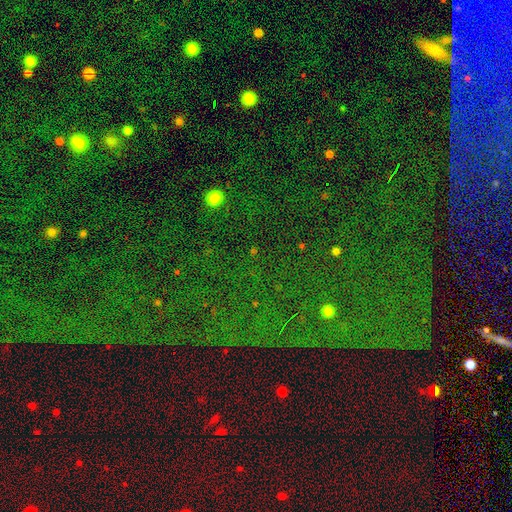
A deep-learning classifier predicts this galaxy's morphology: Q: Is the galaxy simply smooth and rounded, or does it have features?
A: star or artifact — 85%.